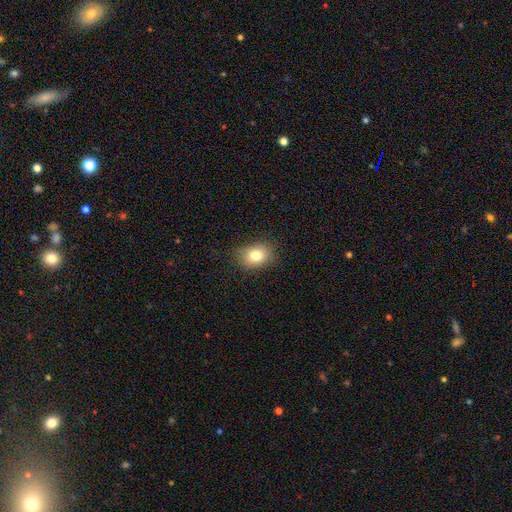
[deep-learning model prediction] Smooth or featured?
  - smooth: 80% *
  - star or artifact: 11%
  - featured or disk: 10%
How rounded?
  - in between: 62% *
  - round: 37%
  - cigar-shaped: 1%
Merging?
  - none: 85% *
  - minor disturbance: 11%
  - major disturbance: 3%
  - merger: 1%